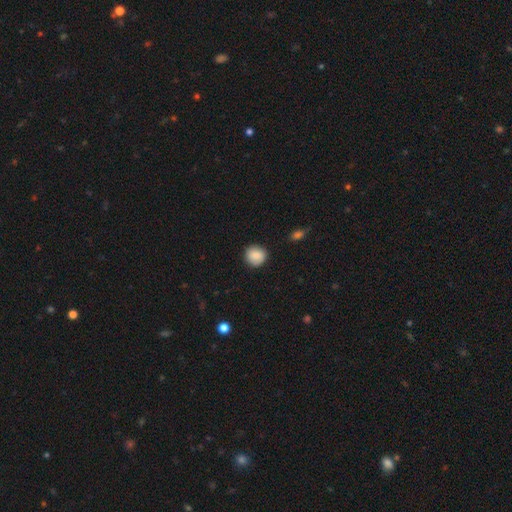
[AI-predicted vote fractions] Q: Smooth or featured?
A: smooth (86%); runner-up: star or artifact (8%)
Q: How rounded?
A: round (92%); runner-up: in between (7%)
Q: Merging?
A: none (88%); runner-up: minor disturbance (9%)